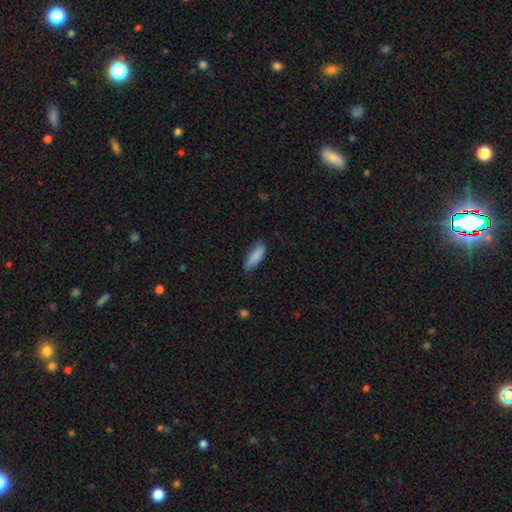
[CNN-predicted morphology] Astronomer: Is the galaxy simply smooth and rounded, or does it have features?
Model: smooth — 87%.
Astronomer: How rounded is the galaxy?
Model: in between — 58% (runner-up: cigar-shaped, 40%).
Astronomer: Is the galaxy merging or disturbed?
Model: none — 72%.